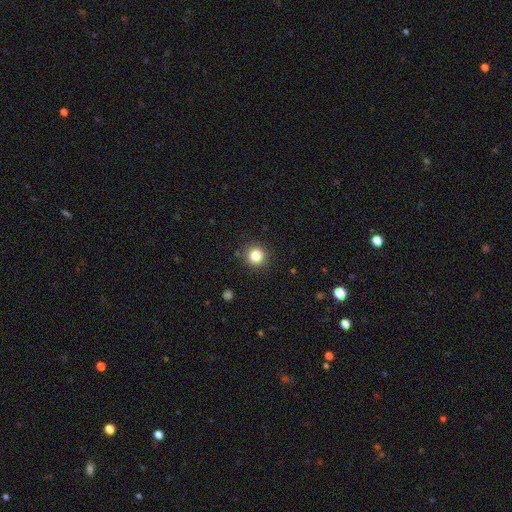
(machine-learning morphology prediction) A smooth galaxy with no disk features (83%) that is round (93%). Merging: none (90%).